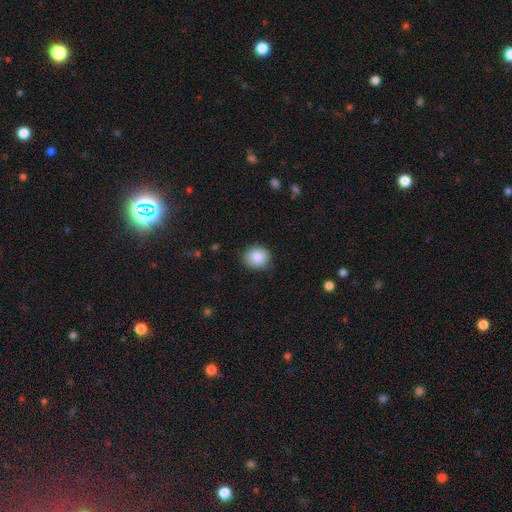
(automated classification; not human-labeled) Q: Smooth or featured?
A: smooth (86%); runner-up: star or artifact (8%)
Q: How rounded?
A: round (73%); runner-up: in between (26%)
Q: Merging?
A: none (81%); runner-up: minor disturbance (15%)